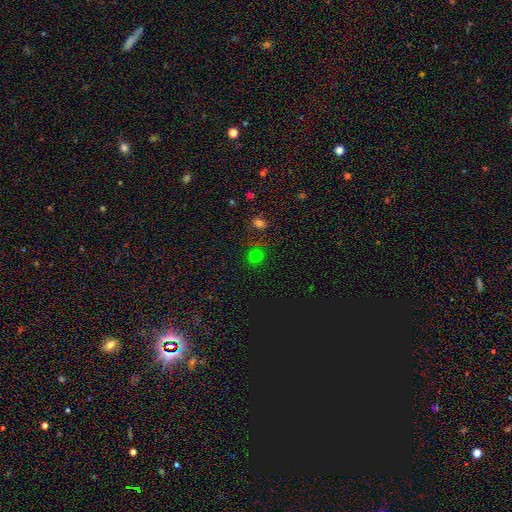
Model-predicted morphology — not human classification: smooth 62%, star or artifact 33%, featured or disk 5%. Down the decision tree: how rounded — round (80%); merging — none (77%).